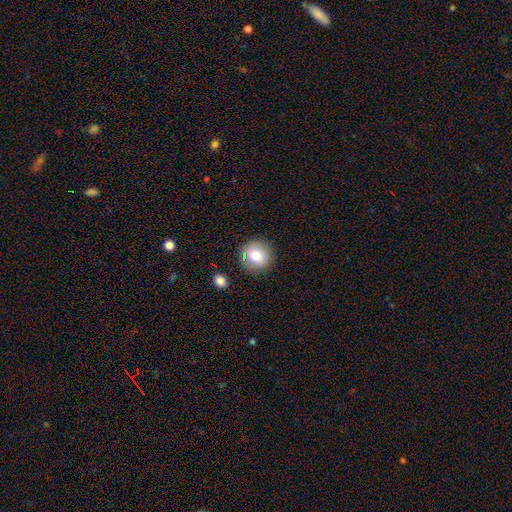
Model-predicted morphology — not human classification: smooth-or-featured: smooth: 77% | featured or disk: 13% | star or artifact: 10%
  how-rounded: round: 92% | in between: 7% | cigar-shaped: 1%
  merging: none: 84% | minor disturbance: 9% | merger: 4% | major disturbance: 3%